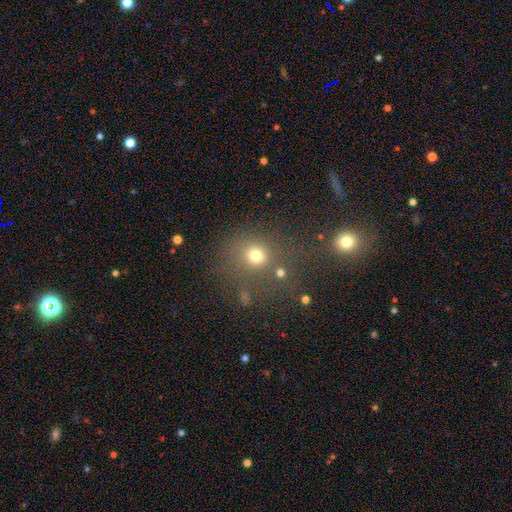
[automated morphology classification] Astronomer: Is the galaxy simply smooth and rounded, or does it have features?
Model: smooth — 69%.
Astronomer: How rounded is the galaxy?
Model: round — 76%.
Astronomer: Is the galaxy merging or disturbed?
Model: none — 60%.